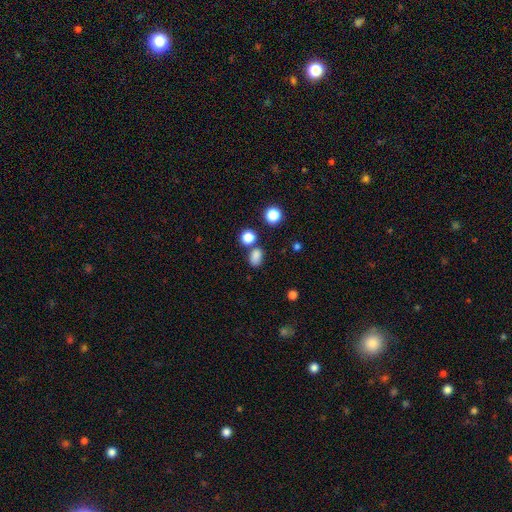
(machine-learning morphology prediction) This appears to be a smooth galaxy with no disk features (81%) that is in between round and cigar-shaped (71%). Merging: none (67%).